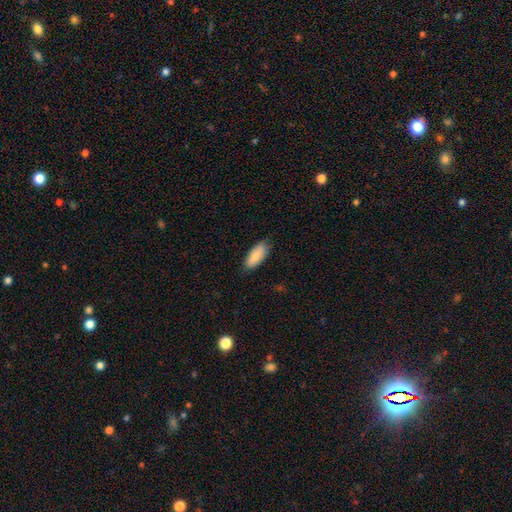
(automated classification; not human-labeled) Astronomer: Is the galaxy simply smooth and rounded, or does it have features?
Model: smooth — 84%.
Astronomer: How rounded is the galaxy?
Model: in between — 81%.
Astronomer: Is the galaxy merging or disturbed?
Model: none — 80%.